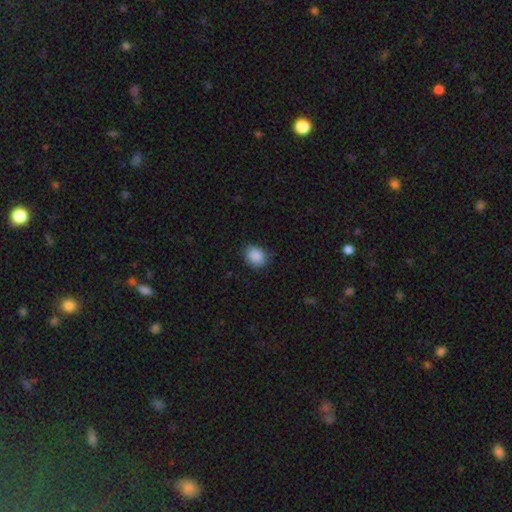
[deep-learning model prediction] This appears to be a smooth galaxy with no disk features (89%) that is round (56%). Merging: none (80%).